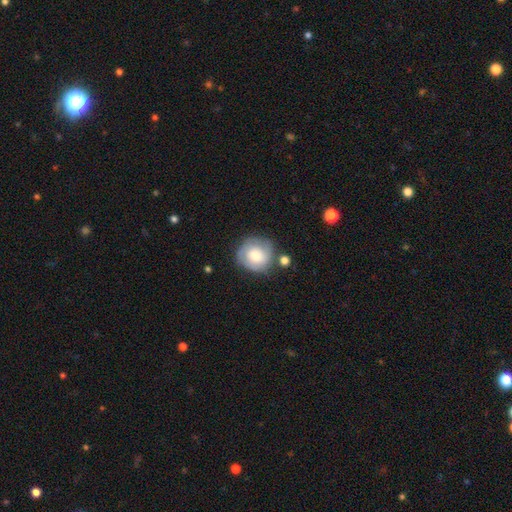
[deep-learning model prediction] featured or disk 47%, smooth 46%, star or artifact 8%. Down the decision tree: merging — none (68%).